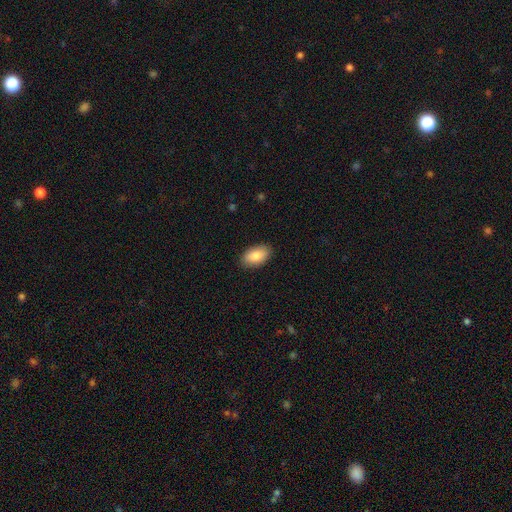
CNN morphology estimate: Smooth or featured: smooth — 86% (featured or disk — 8%)
How rounded: in between — 94% (round — 3%)
Merging: none — 89% (minor disturbance — 8%)